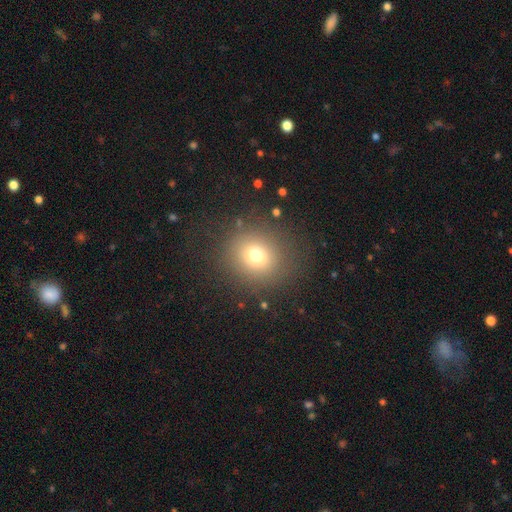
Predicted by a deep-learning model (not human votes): Smooth or featured: smooth — 72% (star or artifact — 18%)
How rounded: round — 86% (in between — 13%)
Merging: none — 84% (minor disturbance — 9%)